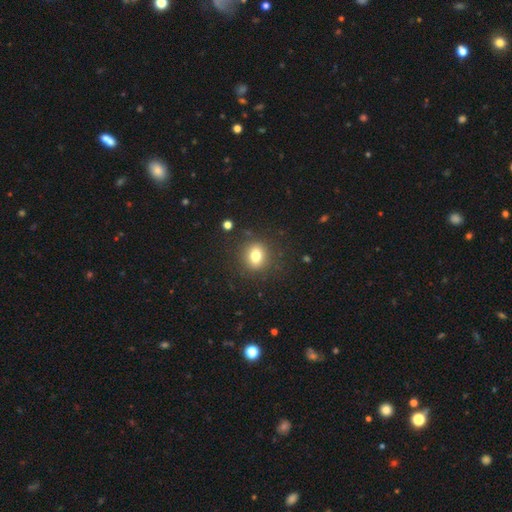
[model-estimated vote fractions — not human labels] Smooth or featured?
  - smooth: 78% *
  - star or artifact: 12%
  - featured or disk: 10%
How rounded?
  - round: 68% *
  - in between: 31%
  - cigar-shaped: 1%
Merging?
  - none: 87% *
  - minor disturbance: 9%
  - major disturbance: 3%
  - merger: 2%